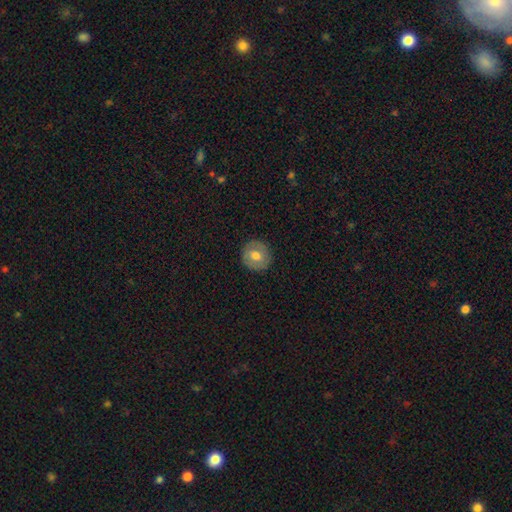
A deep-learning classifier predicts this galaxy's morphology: Q: Smooth or featured?
A: smooth (67%); runner-up: featured or disk (26%)
Q: How rounded?
A: round (91%); runner-up: in between (8%)
Q: Merging?
A: none (89%); runner-up: minor disturbance (8%)